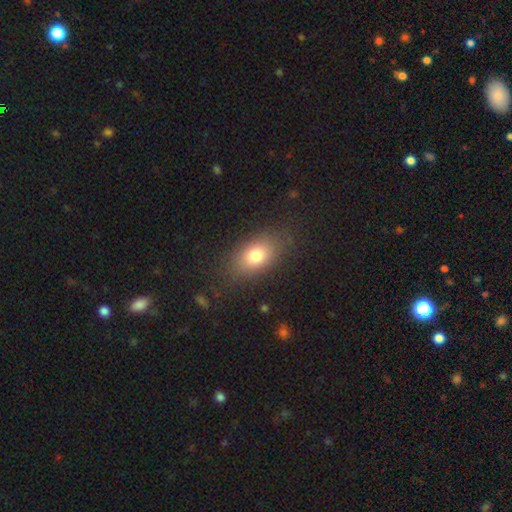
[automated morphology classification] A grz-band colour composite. It shows a smooth galaxy with no disk features (77%) that is in between round and cigar-shaped (82%). Merging: none (81%).